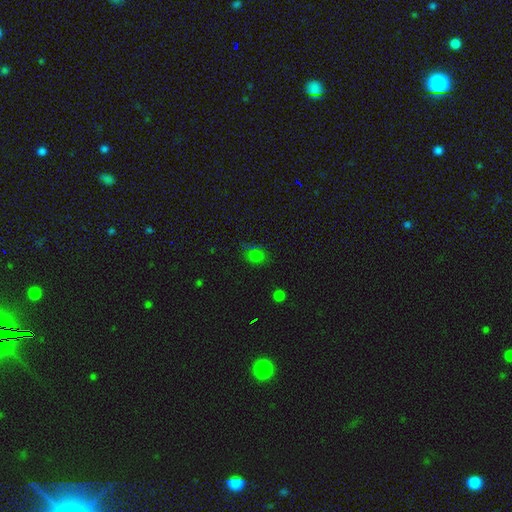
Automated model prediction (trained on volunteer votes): smooth 72%, star or artifact 22%, featured or disk 7%. Down the decision tree: how rounded — round (55%); merging — none (64%).